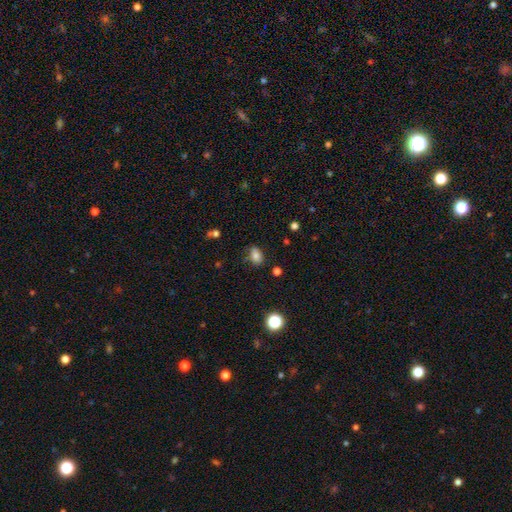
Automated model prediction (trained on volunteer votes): This is likely a smooth galaxy (76%). How rounded: likely in between (79%). Merging: likely none (68%).